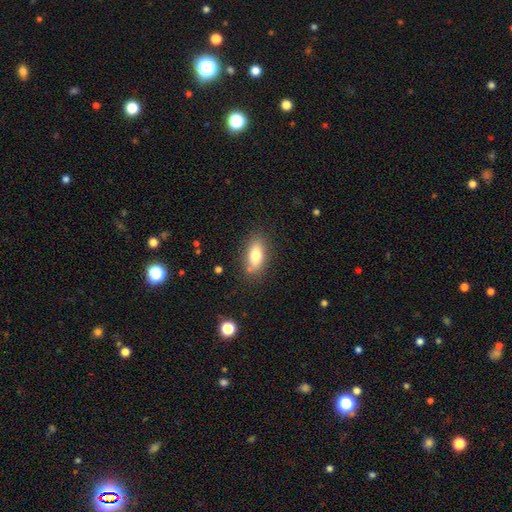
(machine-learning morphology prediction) smooth-or-featured: smooth: 76% | featured or disk: 16% | star or artifact: 8%
  how-rounded: in between: 82% | cigar-shaped: 13% | round: 5%
  merging: none: 79% | minor disturbance: 14% | major disturbance: 4% | merger: 3%